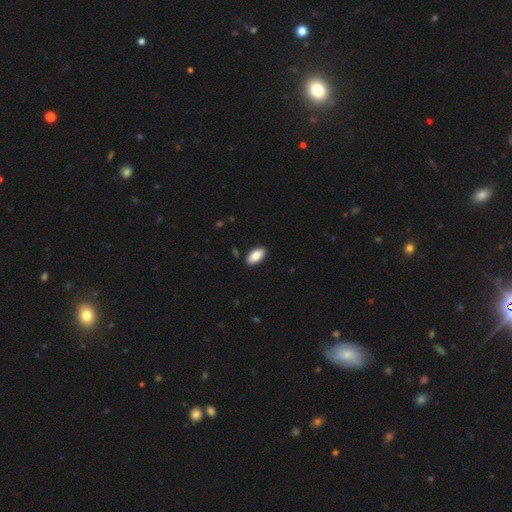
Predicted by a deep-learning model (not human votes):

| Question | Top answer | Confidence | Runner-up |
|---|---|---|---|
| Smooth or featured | smooth | 89% | star or artifact (6%) |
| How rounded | in between | 94% | cigar-shaped (4%) |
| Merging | none | 90% | minor disturbance (8%) |